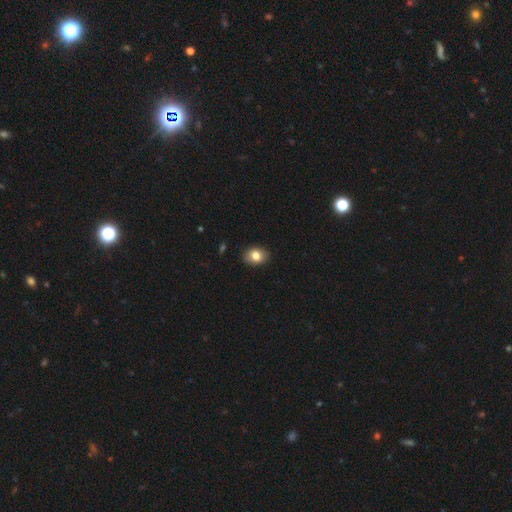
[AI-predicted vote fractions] This is clearly a smooth galaxy (81%). How rounded: possibly in between (58%). Merging: clearly none (89%).